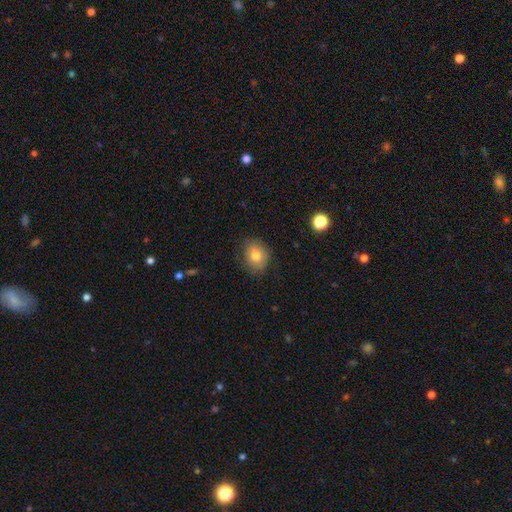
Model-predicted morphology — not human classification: Smooth or featured? Predicted: smooth (p=0.78). How rounded? Predicted: in between (p=0.51). Merging? Predicted: none (p=0.79).